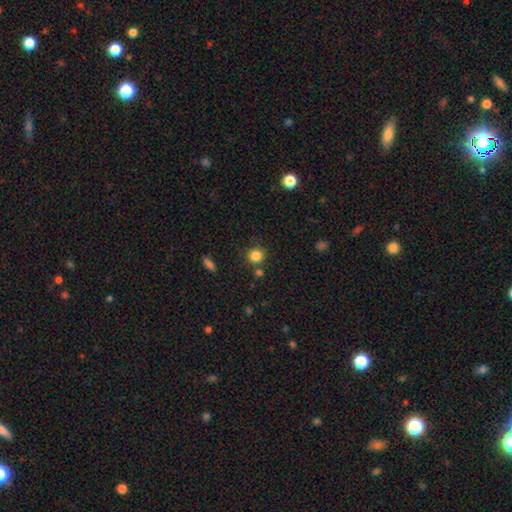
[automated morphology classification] This appears to be a smooth galaxy with no disk features (84%) that is round (91%). Merging: none (80%).